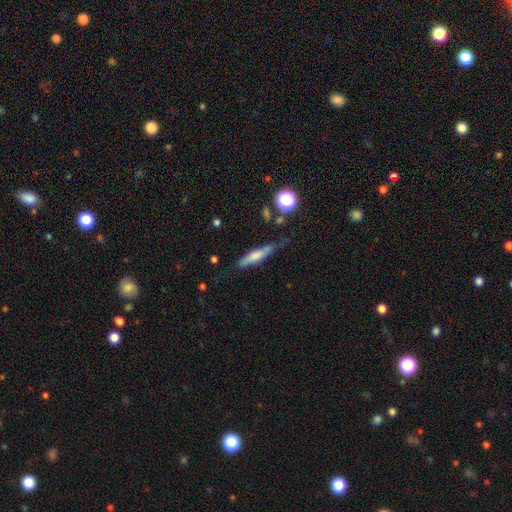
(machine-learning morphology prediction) The model was most divided on "smooth or featured": smooth: 58%, featured or disk: 34%, star or artifact: 8%. More confident: how rounded — cigar-shaped (77%); merging — none (55%).